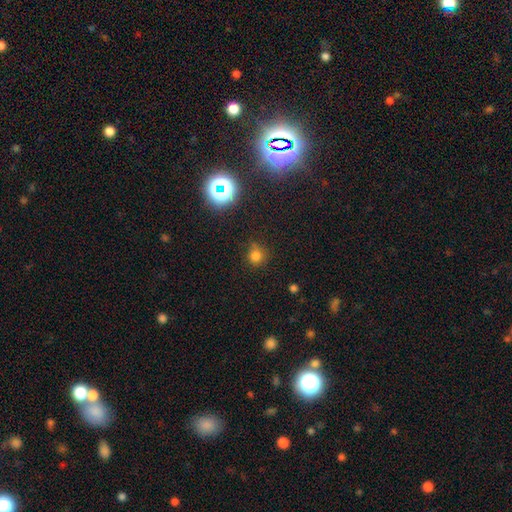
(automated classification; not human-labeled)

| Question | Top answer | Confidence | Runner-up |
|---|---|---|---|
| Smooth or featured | smooth | 74% | star or artifact (20%) |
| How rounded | round | 88% | in between (11%) |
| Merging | none | 71% | minor disturbance (19%) |